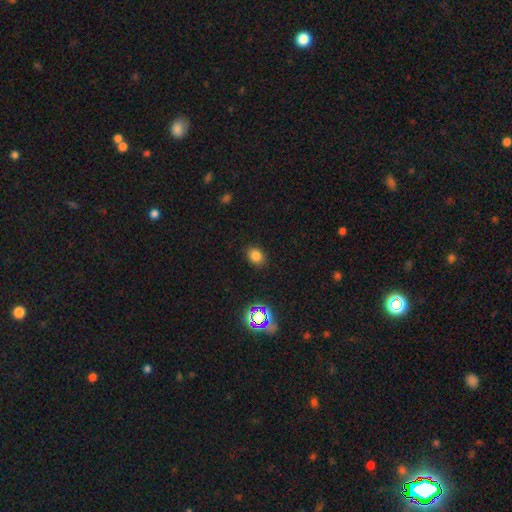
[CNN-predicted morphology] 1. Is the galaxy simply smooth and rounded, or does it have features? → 78% smooth, 16% star or artifact, 6% featured or disk.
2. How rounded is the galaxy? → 57% in between, 42% round, 1% cigar-shaped.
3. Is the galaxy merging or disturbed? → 87% none, 9% minor disturbance, 3% major disturbance, 1% merger.